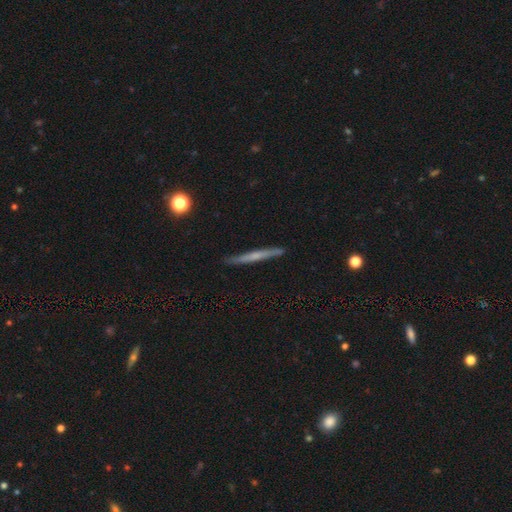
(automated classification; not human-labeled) Smooth or featured?
  - featured or disk: 55% *
  - smooth: 38%
  - star or artifact: 7%
Edge-on disk?
  - yes: 96% *
  - no: 4%
Edge-on bulge?
  - none: 62% *
  - rounded: 31%
  - boxy: 7%
Merging?
  - none: 88% *
  - minor disturbance: 9%
  - major disturbance: 2%
  - merger: 1%